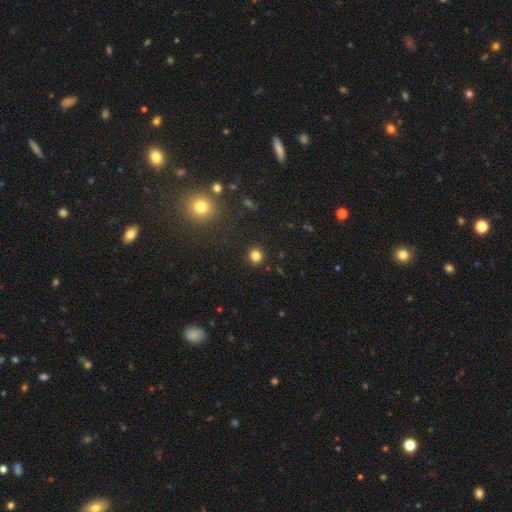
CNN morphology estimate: smooth-or-featured: smooth: 82% | star or artifact: 13% | featured or disk: 5%
  how-rounded: round: 90% | in between: 9% | cigar-shaped: 1%
  merging: none: 91% | minor disturbance: 5% | major disturbance: 2% | merger: 1%